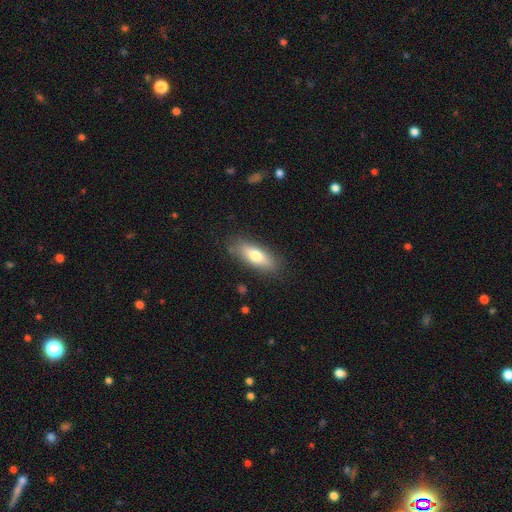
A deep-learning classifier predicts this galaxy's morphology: This is likely a smooth galaxy (72%). How rounded: likely in between (65%). Merging: clearly none (83%).